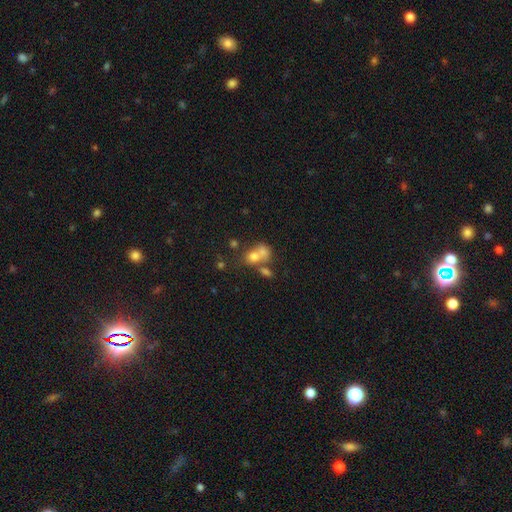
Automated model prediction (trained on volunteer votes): The model was most divided on "how rounded": round: 56%, in between: 42%, cigar-shaped: 1%. More confident: smooth or featured — smooth (68%); merging — merger (54%).